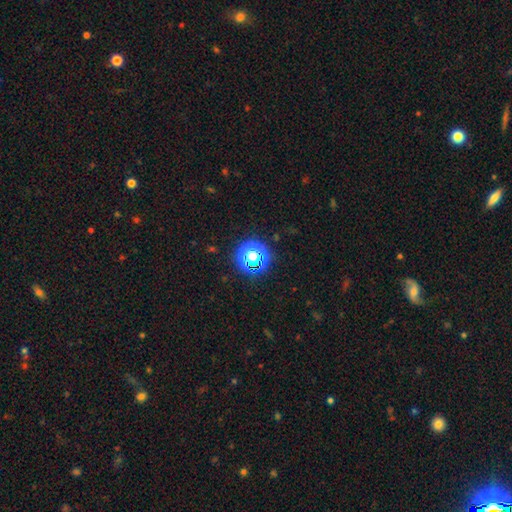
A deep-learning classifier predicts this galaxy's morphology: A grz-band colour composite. It shows a star or artifact, not a galaxy (75%).